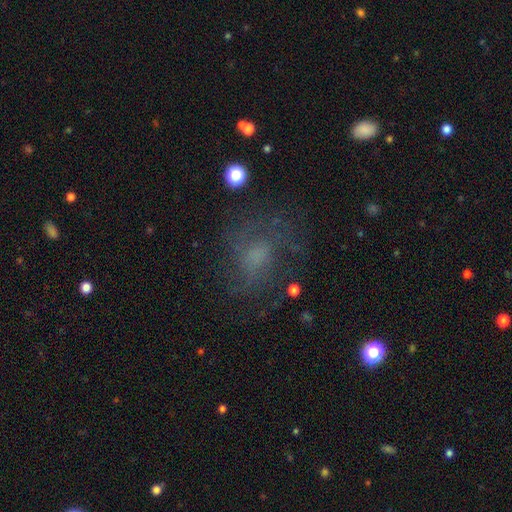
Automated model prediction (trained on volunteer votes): Smooth or featured: featured or disk — 45% (smooth — 35%)
Merging: none — 63% (minor disturbance — 18%)